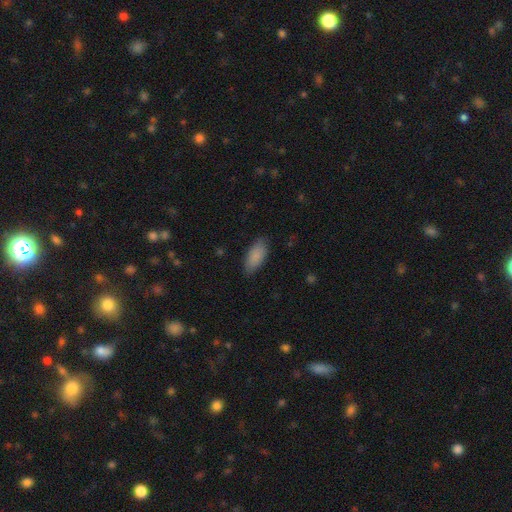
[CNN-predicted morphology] Overall: smooth (88%). How rounded: in between (87%). Merging: none (83%).